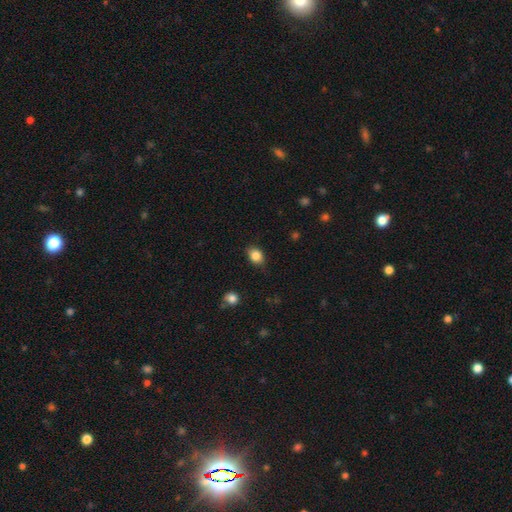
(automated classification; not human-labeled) smooth_or_featured: smooth (p=0.84) [alt: star or artifact p=0.09]
how_rounded: in between (p=0.65) [alt: round p=0.33]
merging: none (p=0.78) [alt: minor disturbance p=0.18]